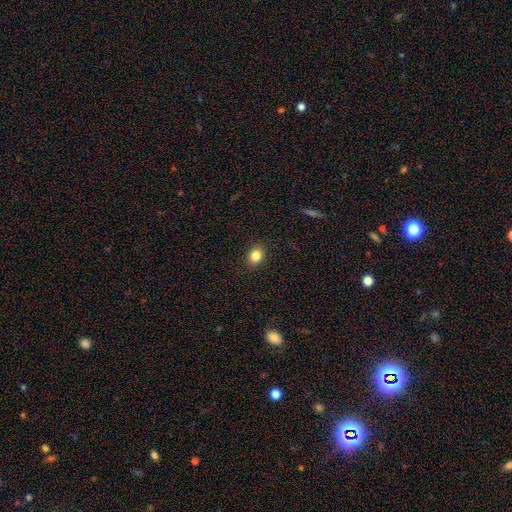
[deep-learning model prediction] Overall: smooth (83%). How rounded: in between (55%; round 44%). Merging: none (89%).